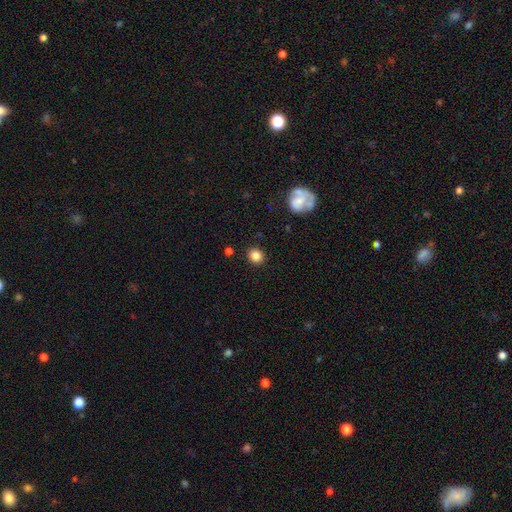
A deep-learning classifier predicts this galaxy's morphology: A smooth galaxy with no disk features (85%) that is round (82%).

Vote fractions:
- Smooth or featured? smooth: 85% / star or artifact: 10% / featured or disk: 5%
- How rounded? round: 82% / in between: 17% / cigar-shaped: 1%
- Merging? none: 89% / minor disturbance: 7% / major disturbance: 2% / merger: 2%